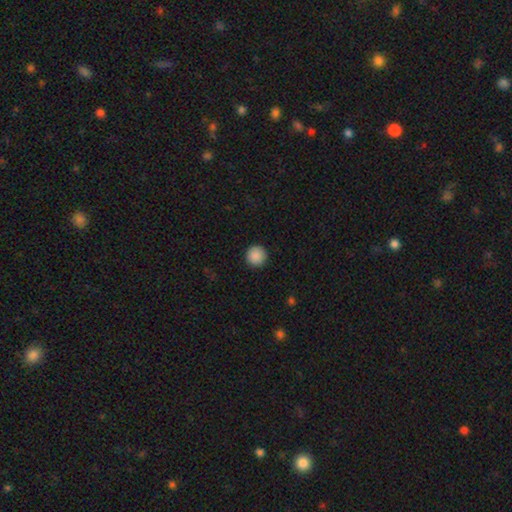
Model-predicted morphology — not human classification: Smooth or featured? smooth (89%)
How rounded? round (96%)
Merging? none (93%)